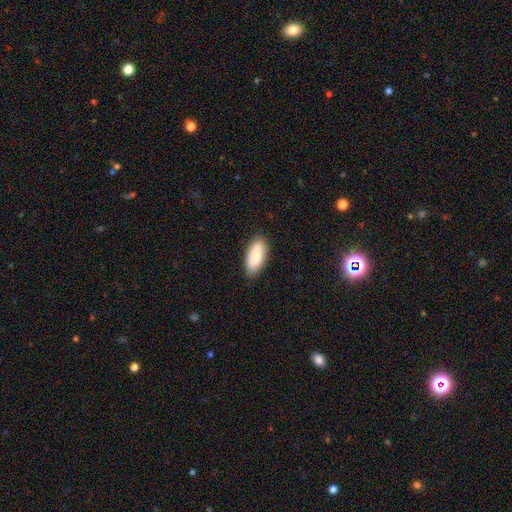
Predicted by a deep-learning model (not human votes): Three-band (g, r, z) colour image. It shows a smooth galaxy with no disk features (78%) that is in between round and cigar-shaped (86%). Merging: none (83%).